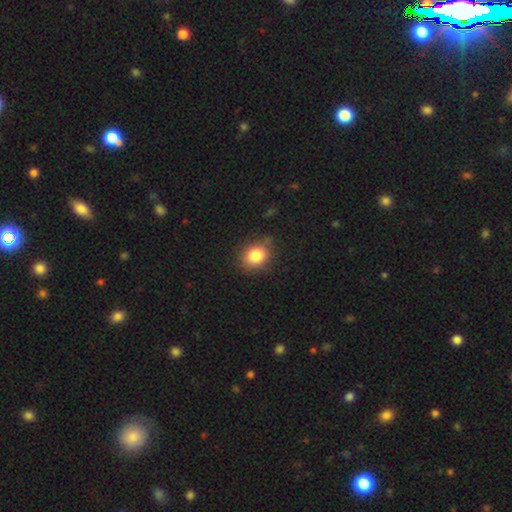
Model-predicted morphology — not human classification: Smooth or featured? Predicted: smooth (p=0.83). How rounded? Predicted: round (p=0.63). Merging? Predicted: none (p=0.77).